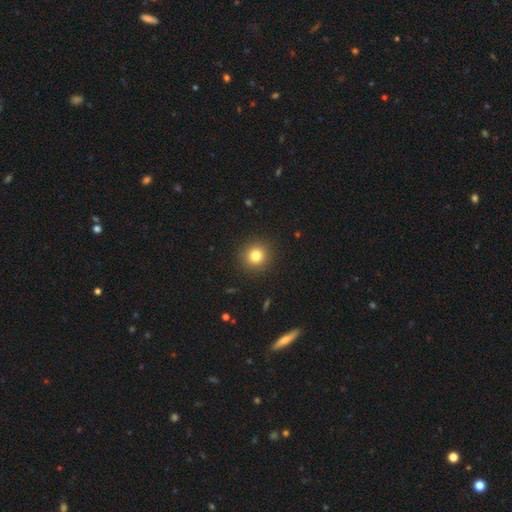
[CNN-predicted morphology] Smooth or featured? smooth (81%)
How rounded? round (94%)
Merging? none (92%)